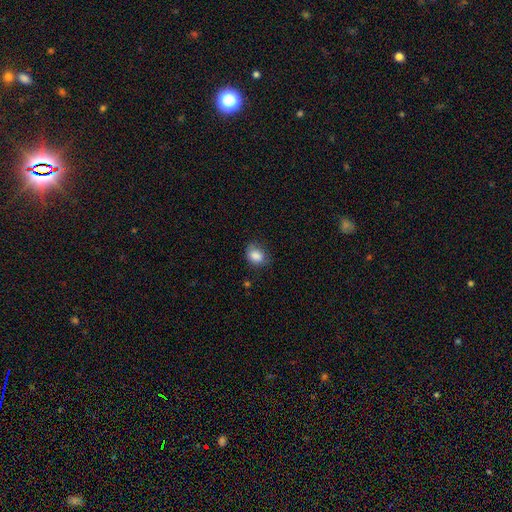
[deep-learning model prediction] Smooth or featured? Predicted: smooth (p=0.86). How rounded? Predicted: in between (p=0.63). Merging? Predicted: none (p=0.67).